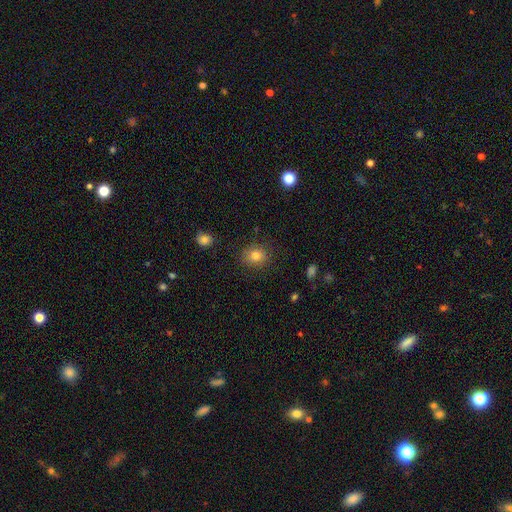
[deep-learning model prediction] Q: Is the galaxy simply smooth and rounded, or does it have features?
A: smooth — 81%.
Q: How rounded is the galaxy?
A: round — 73%.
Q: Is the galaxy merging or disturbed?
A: none — 86%.